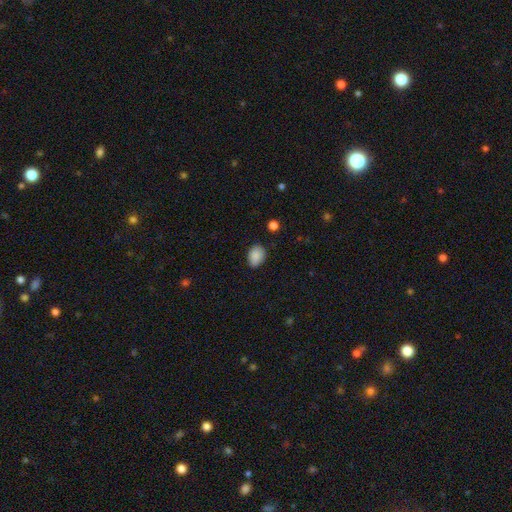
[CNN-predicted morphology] Smooth or featured? smooth (88%)
How rounded? in between (73%)
Merging? none (80%)